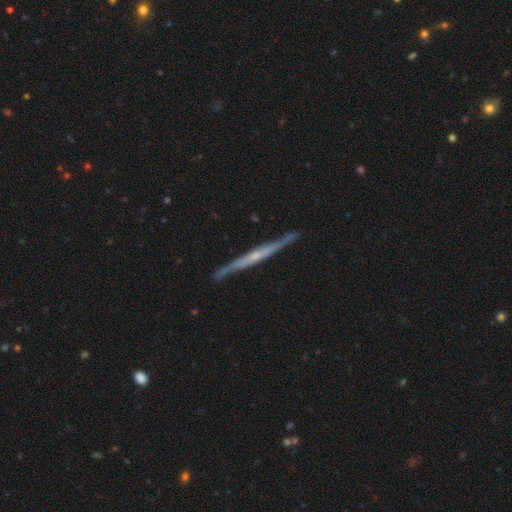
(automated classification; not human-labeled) Smooth or featured?
  - featured or disk: 75% *
  - smooth: 20%
  - star or artifact: 5%
Edge-on disk?
  - yes: 96% *
  - no: 4%
Edge-on bulge?
  - none: 54% *
  - rounded: 38%
  - boxy: 8%
Merging?
  - none: 85% *
  - minor disturbance: 12%
  - major disturbance: 2%
  - merger: 2%